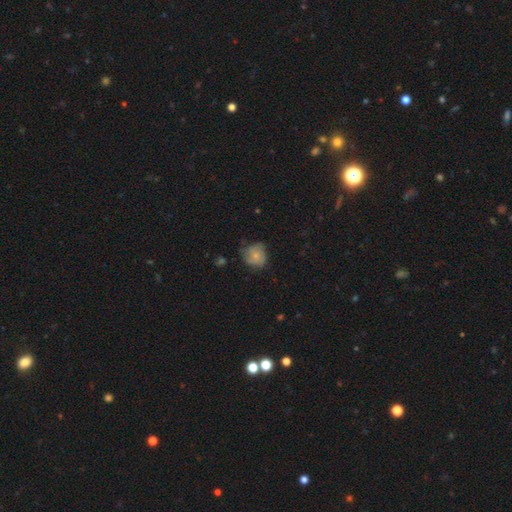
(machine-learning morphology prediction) smooth_or_featured: smooth (p=0.56) [alt: featured or disk p=0.36]
how_rounded: round (p=0.78) [alt: in between p=0.21]
merging: none (p=0.60) [alt: minor disturbance p=0.30]